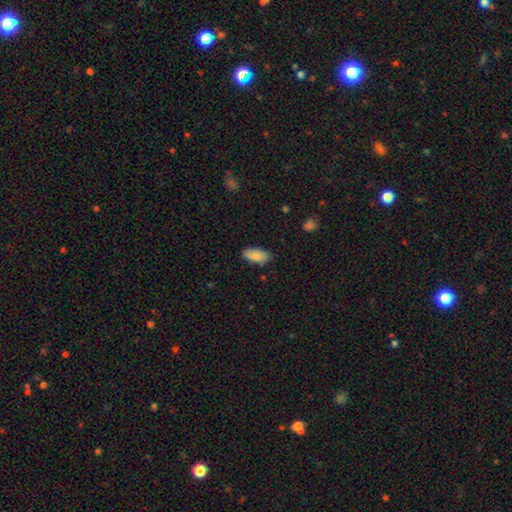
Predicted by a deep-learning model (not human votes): Smooth or featured: smooth — 88% (star or artifact — 6%)
How rounded: in between — 89% (cigar-shaped — 9%)
Merging: none — 78% (minor disturbance — 18%)